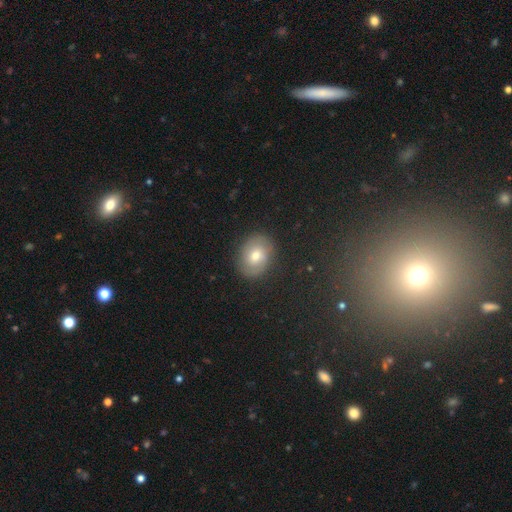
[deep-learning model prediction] smooth_or_featured: smooth (p=0.55) [alt: featured or disk p=0.33]
how_rounded: in between (p=0.56) [alt: round p=0.43]
merging: none (p=0.86) [alt: minor disturbance p=0.10]